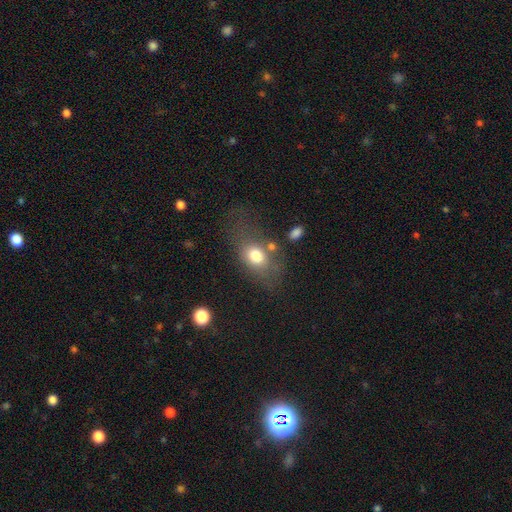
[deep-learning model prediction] smooth 73%, featured or disk 17%, star or artifact 11%. Down the decision tree: how rounded — in between (70%); merging — none (49%).